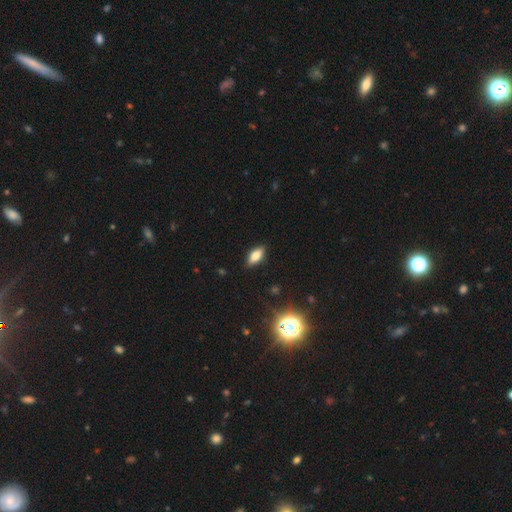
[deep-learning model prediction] Smooth or featured: smooth — 77% (featured or disk — 13%)
How rounded: in between — 82% (cigar-shaped — 15%)
Merging: none — 87% (minor disturbance — 10%)